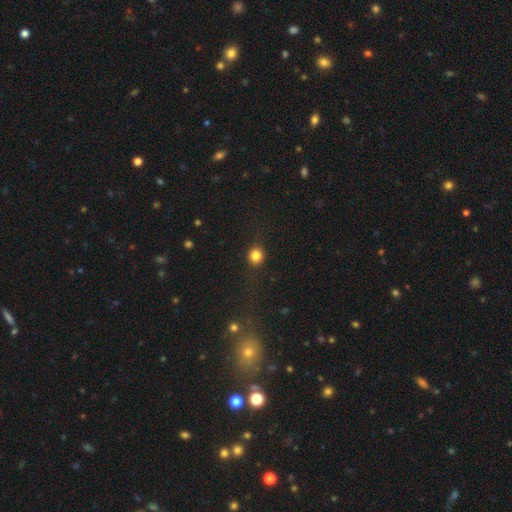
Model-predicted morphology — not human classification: A smooth galaxy with no disk features (83%) that is round (85%). Merging: none (88%).